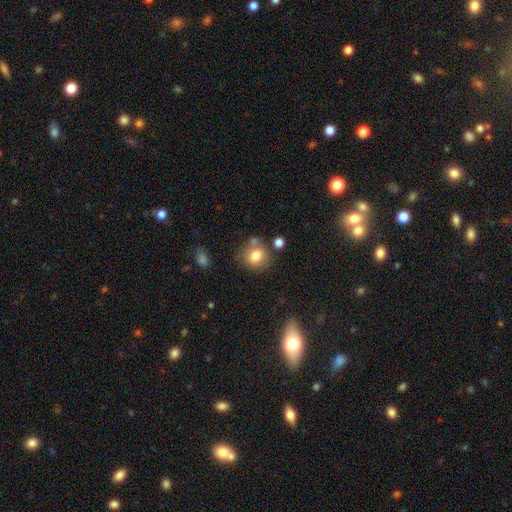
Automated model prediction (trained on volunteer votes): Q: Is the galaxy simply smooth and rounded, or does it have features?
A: smooth — 78%.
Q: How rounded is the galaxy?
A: round — 74%.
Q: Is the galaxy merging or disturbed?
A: none — 67%.